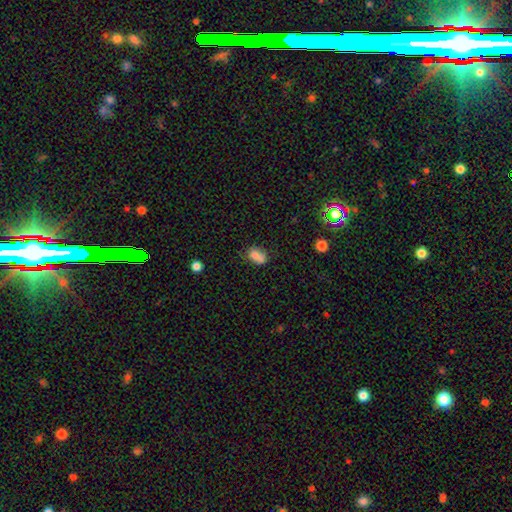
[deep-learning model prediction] smooth_or_featured: smooth (p=0.72) [alt: featured or disk p=0.17]
how_rounded: in between (p=0.59) [alt: round p=0.39]
merging: merger (p=0.37) [alt: none p=0.36]